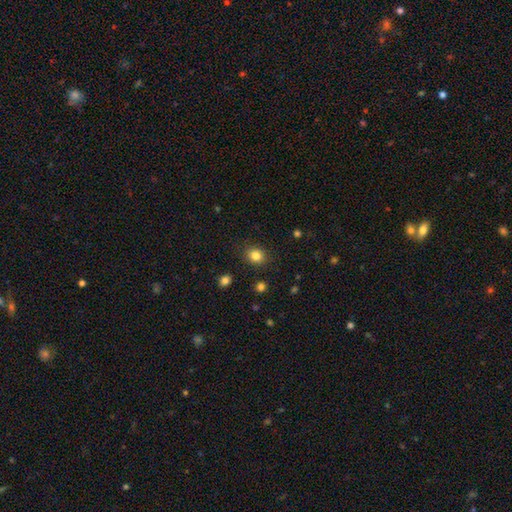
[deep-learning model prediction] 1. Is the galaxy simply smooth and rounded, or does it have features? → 83% smooth, 12% star or artifact, 5% featured or disk.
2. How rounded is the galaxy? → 73% round, 27% in between, 1% cigar-shaped.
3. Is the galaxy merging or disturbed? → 88% none, 8% minor disturbance, 3% major disturbance, 1% merger.